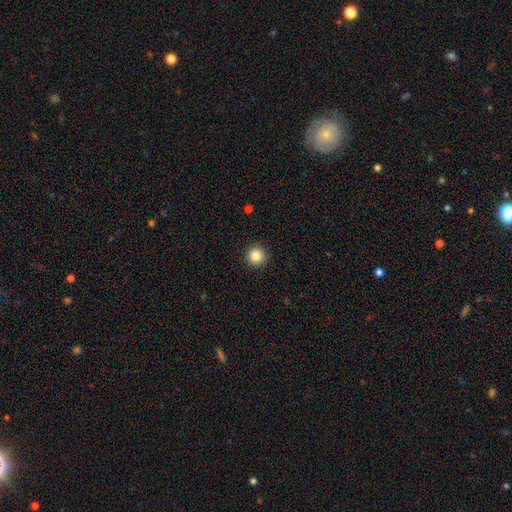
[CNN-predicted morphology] Smooth or featured? smooth (85%)
How rounded? round (96%)
Merging? none (93%)